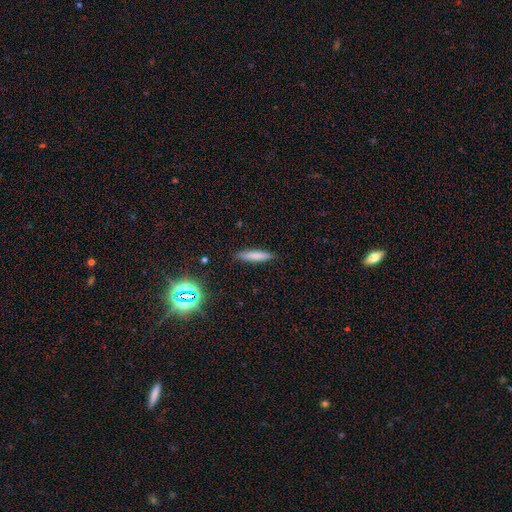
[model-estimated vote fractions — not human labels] smooth 77%, featured or disk 15%, star or artifact 8%. Down the decision tree: how rounded — cigar-shaped (88%); merging — none (88%).